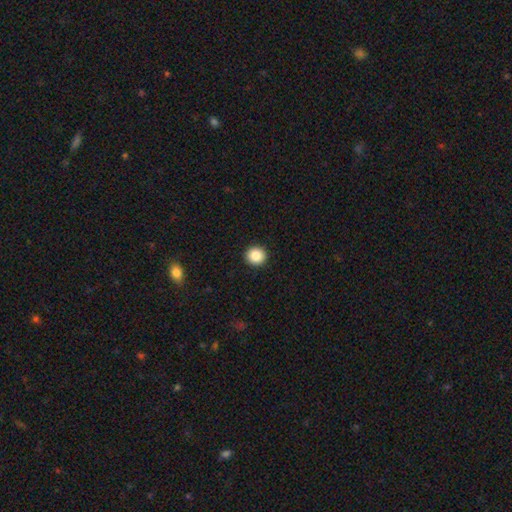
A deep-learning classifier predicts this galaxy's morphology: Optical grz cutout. It shows a smooth galaxy with no disk features (87%) that is round (91%). Merging: none (93%).